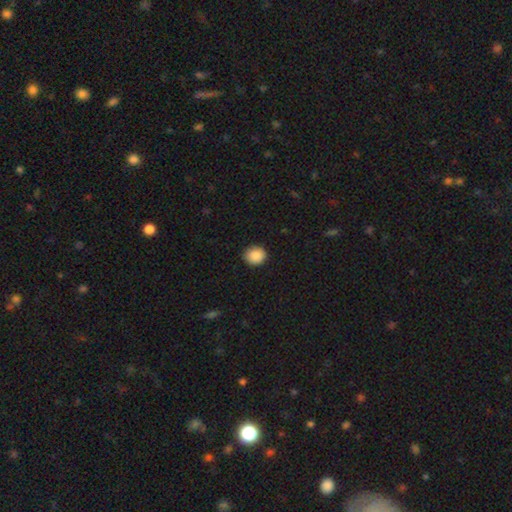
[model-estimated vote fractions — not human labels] smooth_or_featured: smooth (p=0.89) [alt: star or artifact p=0.08]
how_rounded: round (p=0.77) [alt: in between p=0.22]
merging: none (p=0.87) [alt: minor disturbance p=0.10]